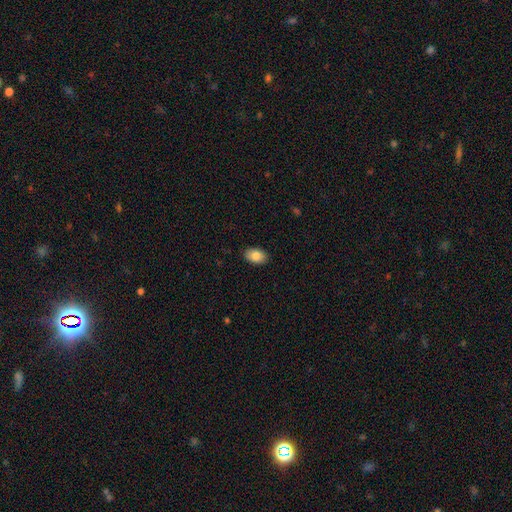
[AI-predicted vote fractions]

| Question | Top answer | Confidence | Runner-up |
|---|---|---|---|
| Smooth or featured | smooth | 85% | featured or disk (8%) |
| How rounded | in between | 90% | round (9%) |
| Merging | none | 89% | minor disturbance (8%) |